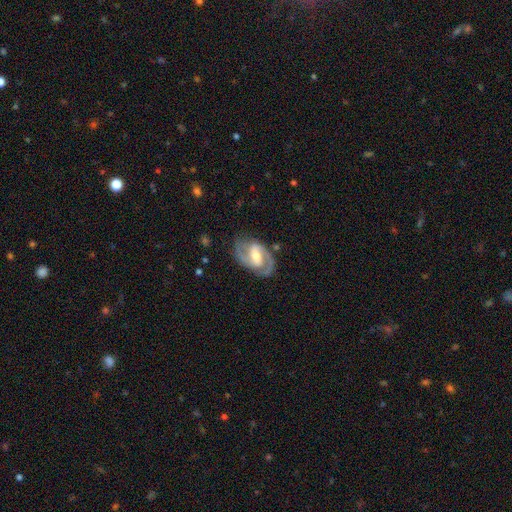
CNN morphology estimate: smooth_or_featured: featured or disk (p=0.89) [alt: smooth p=0.07]
disk_edge_on: no (p=0.97) [alt: yes p=0.03]
bar: weak (p=0.45) [alt: strong p=0.39]
has_spiral_arms: yes (p=0.97) [alt: no p=0.03]
spiral_winding: medium (p=0.57) [alt: tight p=0.30]
spiral_arm_count: 2 (p=0.92) [alt: can't tell p=0.03]
bulge_size: moderate (p=0.61) [alt: small p=0.29]
merging: none (p=0.80) [alt: minor disturbance p=0.14]